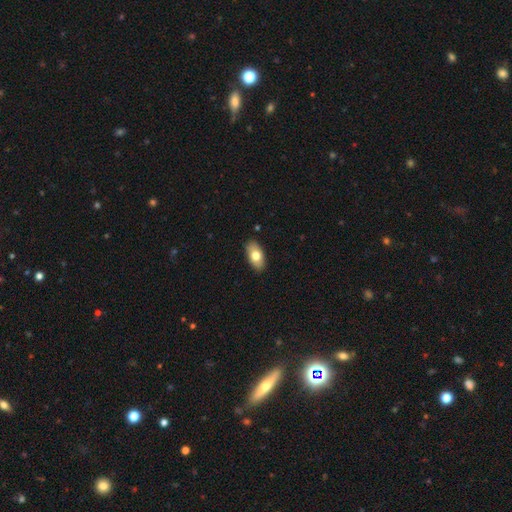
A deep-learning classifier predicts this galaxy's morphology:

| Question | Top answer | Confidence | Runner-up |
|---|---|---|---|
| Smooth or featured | smooth | 74% | featured or disk (19%) |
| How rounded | in between | 93% | round (5%) |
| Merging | none | 87% | minor disturbance (10%) |